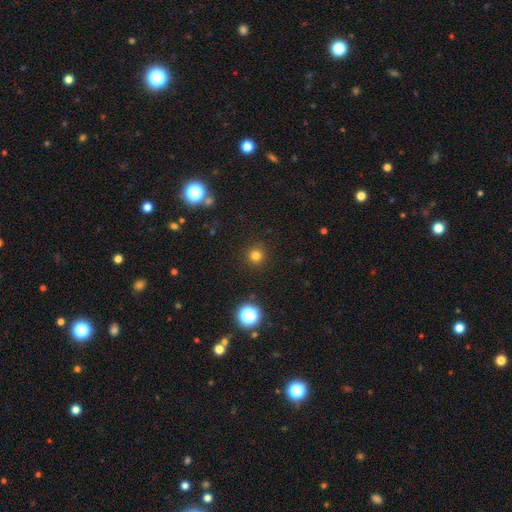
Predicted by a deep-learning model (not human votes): The model was most divided on "smooth or featured": smooth: 78%, star or artifact: 17%, featured or disk: 5%. More confident: how rounded — round (95%); merging — none (91%).